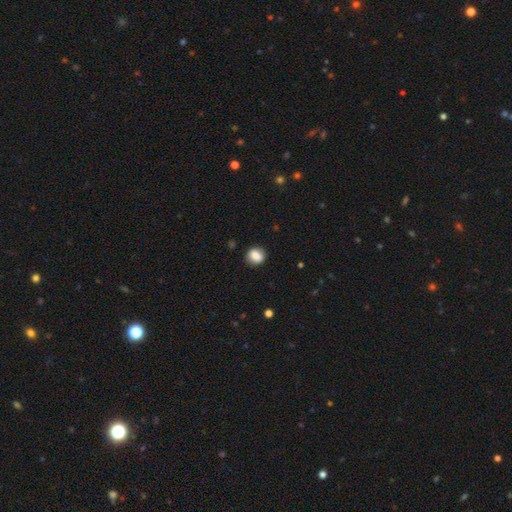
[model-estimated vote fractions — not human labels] smooth 81%, featured or disk 10%, star or artifact 9%. Down the decision tree: how rounded — round (64%); merging — none (84%).